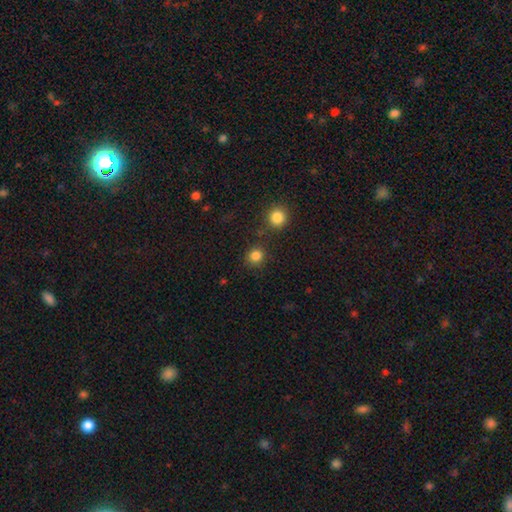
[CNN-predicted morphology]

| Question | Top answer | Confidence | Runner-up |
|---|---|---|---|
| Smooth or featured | smooth | 84% | star or artifact (13%) |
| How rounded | round | 90% | in between (9%) |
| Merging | none | 82% | minor disturbance (8%) |